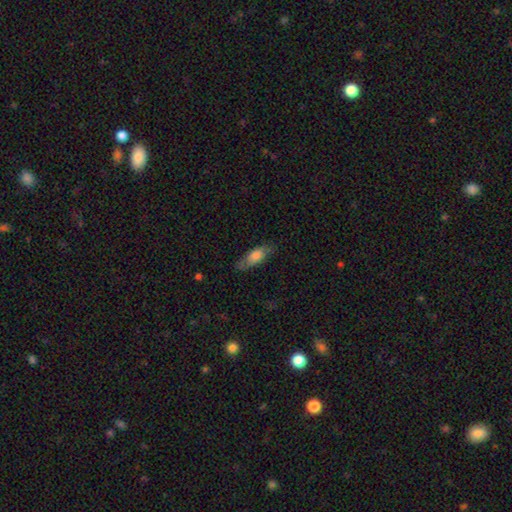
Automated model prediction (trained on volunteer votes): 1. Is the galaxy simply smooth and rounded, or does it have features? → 71% smooth, 22% featured or disk, 7% star or artifact.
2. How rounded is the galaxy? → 66% in between, 32% cigar-shaped, 2% round.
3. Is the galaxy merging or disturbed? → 73% none, 20% minor disturbance, 6% major disturbance, 1% merger.